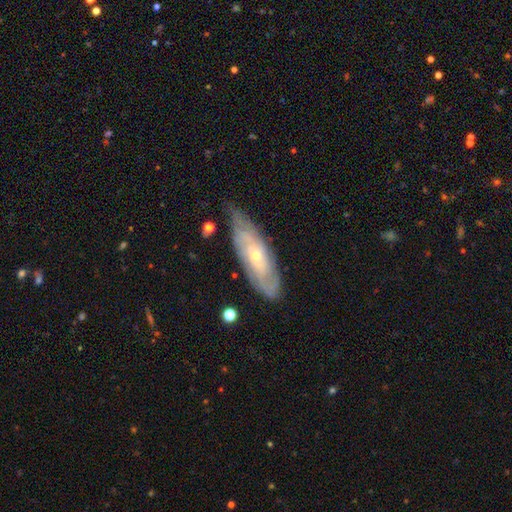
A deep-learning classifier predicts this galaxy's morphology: The model was most divided on "bulge size": small: 64%, moderate: 33%, large: 1%, none: 1%, dominant: 1%. More confident: spiral arms — yes (83%); edge-on disk — no (81%); bar — no (76%); smooth or featured — featured or disk (72%); merging — none (71%).